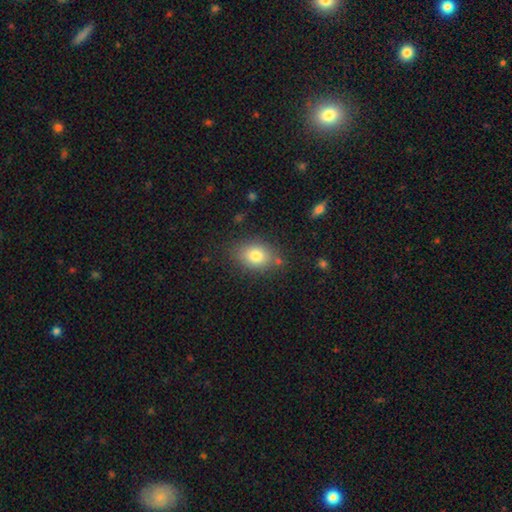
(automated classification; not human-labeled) Overall: smooth (80%). How rounded: in between (67%; round 32%). Merging: none (79%).